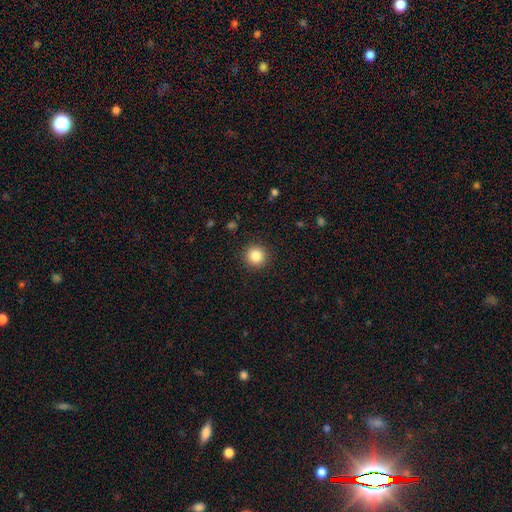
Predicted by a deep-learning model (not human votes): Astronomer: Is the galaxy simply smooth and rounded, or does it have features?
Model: smooth — 85%.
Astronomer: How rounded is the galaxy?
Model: round — 95%.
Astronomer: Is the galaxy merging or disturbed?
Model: none — 91%.